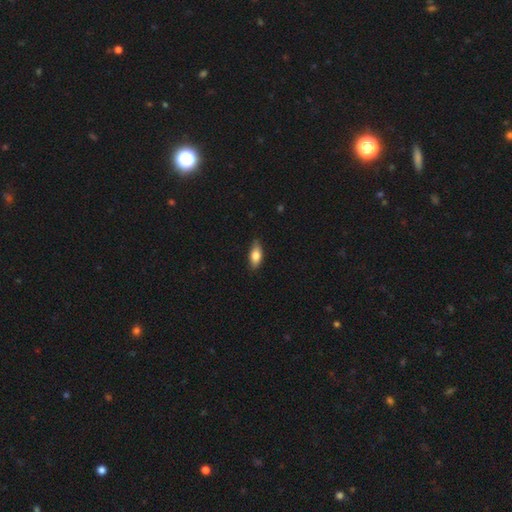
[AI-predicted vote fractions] Smooth or featured?
  - smooth: 79% *
  - featured or disk: 14%
  - star or artifact: 6%
How rounded?
  - in between: 83% *
  - cigar-shaped: 14%
  - round: 3%
Merging?
  - none: 80% *
  - minor disturbance: 17%
  - major disturbance: 2%
  - merger: 1%